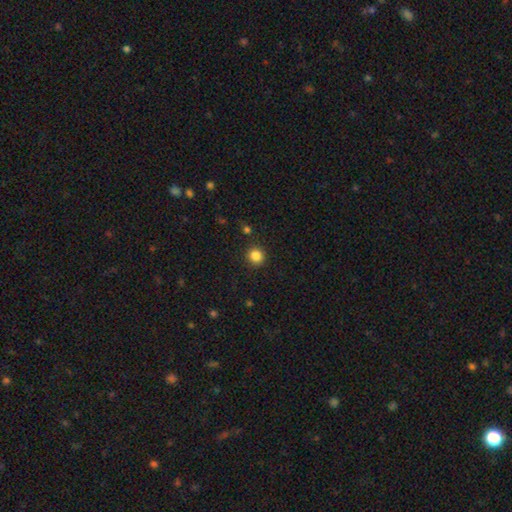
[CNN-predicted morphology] Smooth or featured? Predicted: smooth (p=0.85). How rounded? Predicted: round (p=0.91). Merging? Predicted: none (p=0.90).